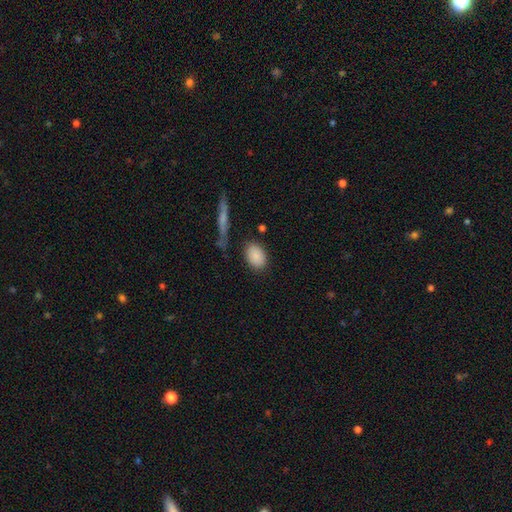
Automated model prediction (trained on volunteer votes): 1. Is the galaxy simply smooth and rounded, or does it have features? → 87% smooth, 7% star or artifact, 6% featured or disk.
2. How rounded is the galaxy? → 84% in between, 14% round, 2% cigar-shaped.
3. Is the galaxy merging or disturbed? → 80% none, 12% minor disturbance, 4% major disturbance, 4% merger.